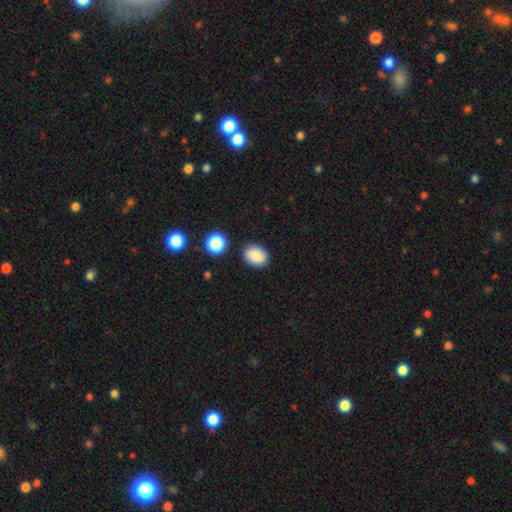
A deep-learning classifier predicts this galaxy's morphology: Smooth or featured? smooth (87%)
How rounded? in between (70%)
Merging? none (85%)